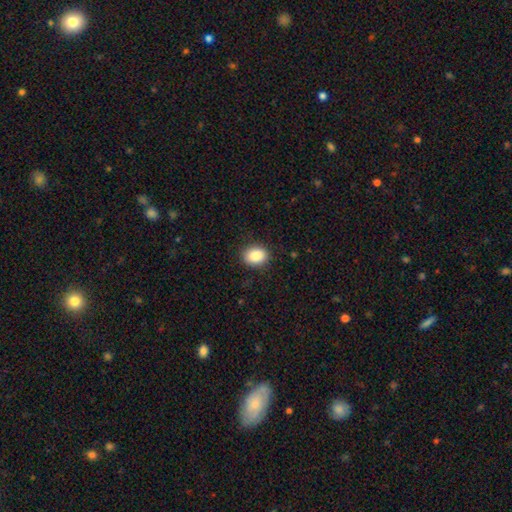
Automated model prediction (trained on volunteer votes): The model was most divided on "how rounded": in between: 60%, round: 39%, cigar-shaped: 1%. More confident: smooth or featured — smooth (88%); merging — none (87%).